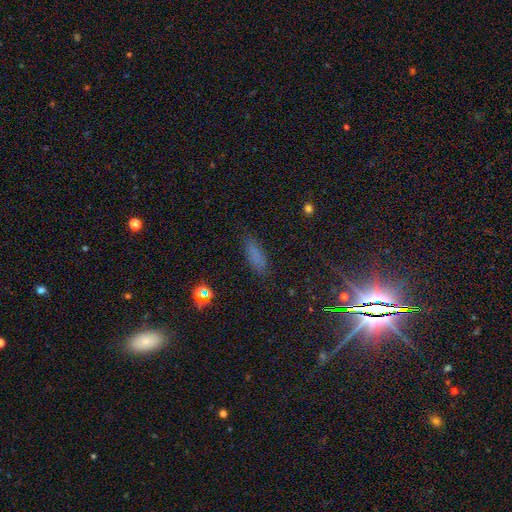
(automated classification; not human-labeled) Overall: smooth (66%). How rounded: in between (52%; cigar-shaped 45%). Merging: none (81%).